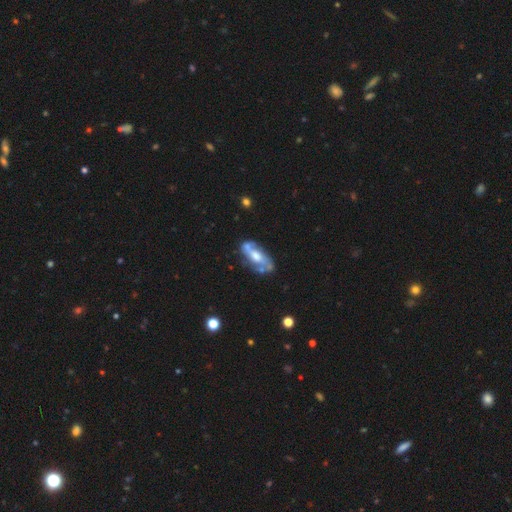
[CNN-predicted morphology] A featured or disk galaxy (71%) with no bar (50%), spiral arms (74%) and a moderate central bulge (58%).

Vote fractions:
- Smooth or featured? featured or disk: 71% / smooth: 23% / star or artifact: 6%
- Edge-on disk? no: 87% / yes: 13%
- Bar? no: 50% / weak: 34% / strong: 16%
- Spiral arms? yes: 74% / no: 26%
- Bulge size? moderate: 58% / large: 20% / small: 16% / none: 4% / dominant: 2%
- Merging? none: 55% / minor disturbance: 22% / merger: 12% / major disturbance: 11%